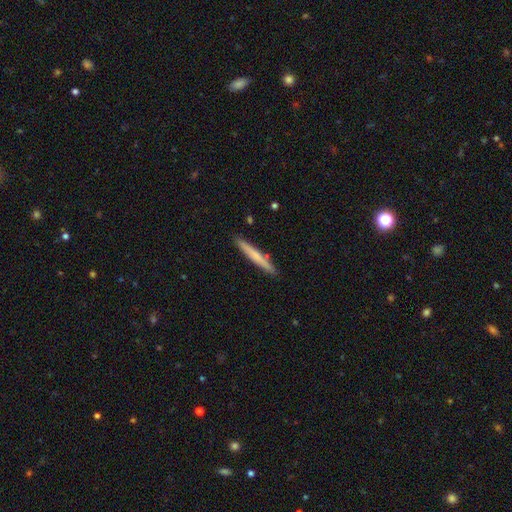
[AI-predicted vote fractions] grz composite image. It shows a smooth galaxy with no disk features (61%) that is cigar-shaped (96%). Merging: none (90%).